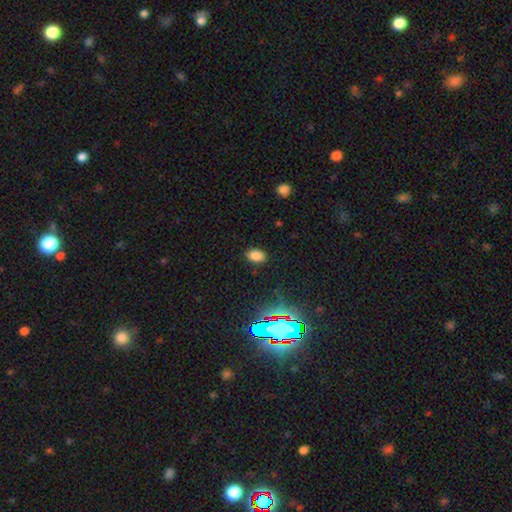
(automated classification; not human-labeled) Q: Smooth or featured?
A: smooth (80%); runner-up: star or artifact (15%)
Q: How rounded?
A: in between (86%); runner-up: round (13%)
Q: Merging?
A: none (87%); runner-up: minor disturbance (9%)